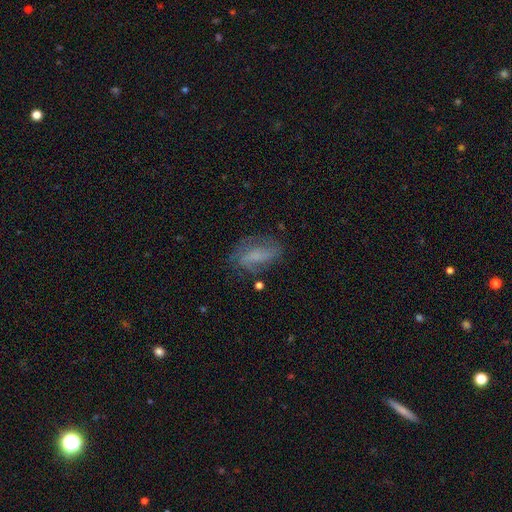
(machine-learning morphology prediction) Smooth or featured?
  - featured or disk: 54% *
  - smooth: 36%
  - star or artifact: 10%
Edge-on disk?
  - no: 93% *
  - yes: 7%
Merging?
  - none: 62% *
  - minor disturbance: 22%
  - major disturbance: 13%
  - merger: 3%